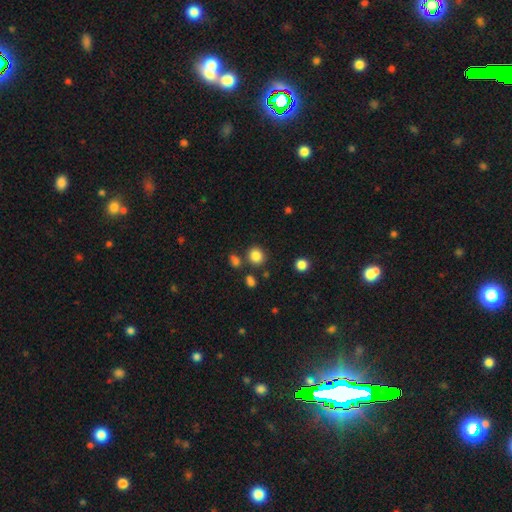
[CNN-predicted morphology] This is clearly a smooth galaxy (84%). How rounded: clearly round (82%). Merging: likely none (78%).